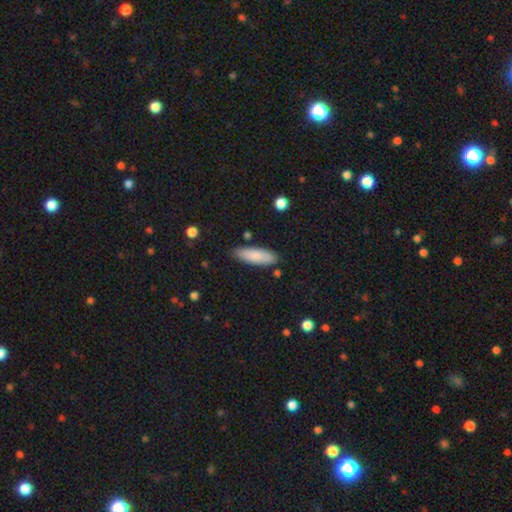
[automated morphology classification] This is clearly a smooth galaxy (84%). How rounded: possibly in between (53%). Merging: clearly none (84%).